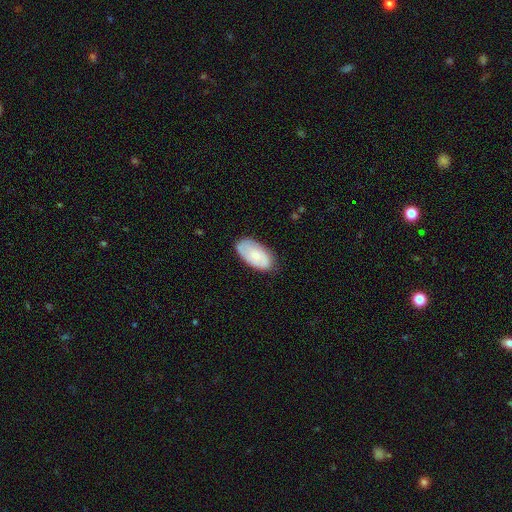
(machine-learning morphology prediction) type=smooth (63%); roundness=in between (94%); merging=none (76%).